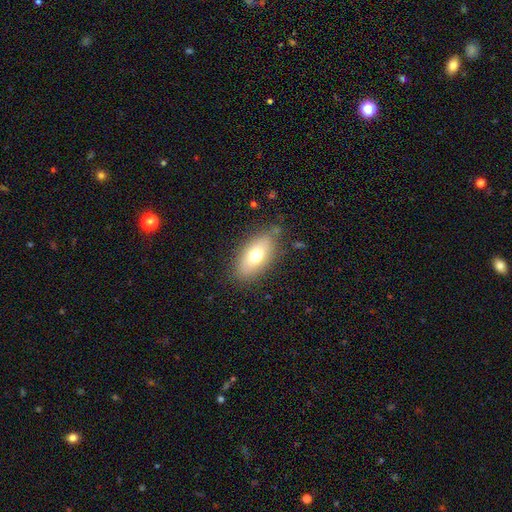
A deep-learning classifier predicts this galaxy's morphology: Smooth or featured? smooth (71%)
How rounded? in between (88%)
Merging? none (80%)